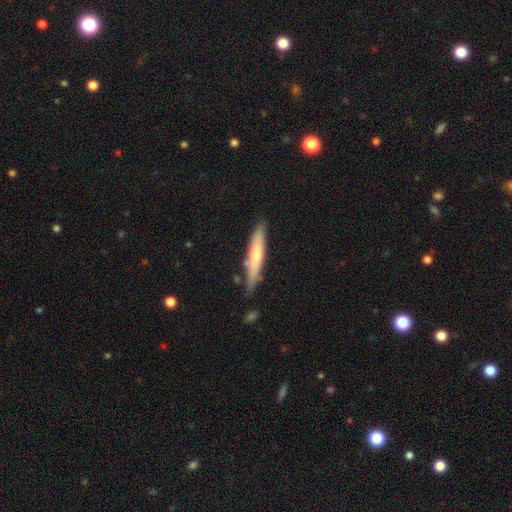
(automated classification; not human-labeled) Smooth or featured: smooth — 59% (featured or disk — 36%)
How rounded: cigar-shaped — 91% (in between — 8%)
Merging: none — 77% (minor disturbance — 16%)